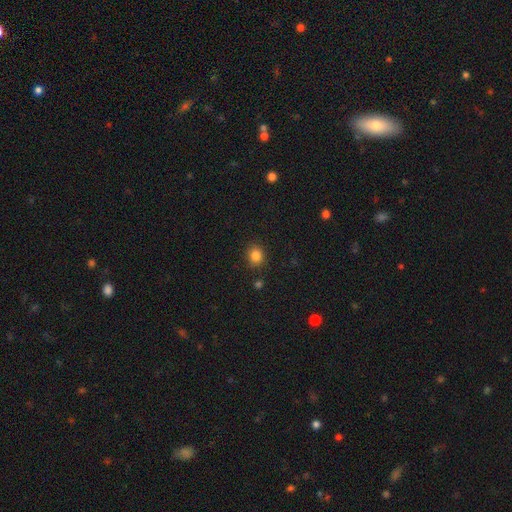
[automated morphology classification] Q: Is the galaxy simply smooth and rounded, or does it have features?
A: smooth — 84%.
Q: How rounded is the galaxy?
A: round — 76%.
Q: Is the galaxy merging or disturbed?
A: none — 87%.